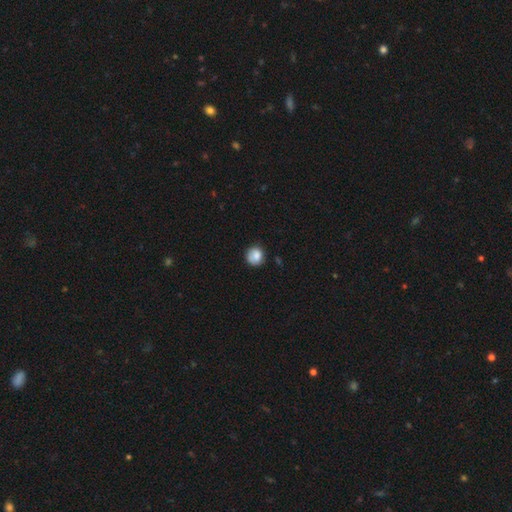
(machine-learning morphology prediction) smooth-or-featured: smooth: 83% | featured or disk: 9% | star or artifact: 8%
  how-rounded: round: 87% | in between: 13% | cigar-shaped: 1%
  merging: none: 76% | minor disturbance: 18% | major disturbance: 4% | merger: 2%